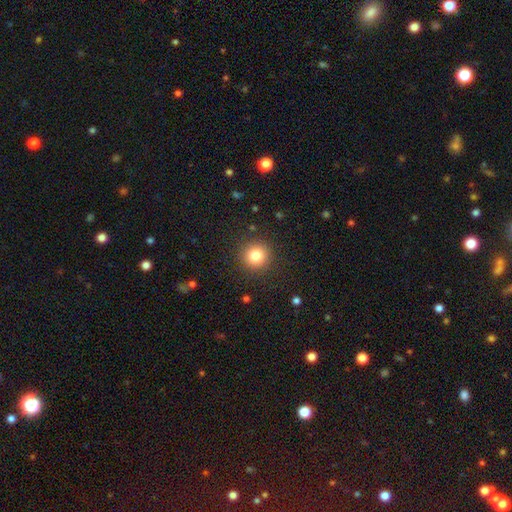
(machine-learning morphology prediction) smooth_or_featured: smooth (p=0.82) [alt: star or artifact p=0.11]
how_rounded: round (p=0.93) [alt: in between p=0.06]
merging: none (p=0.90) [alt: minor disturbance p=0.06]